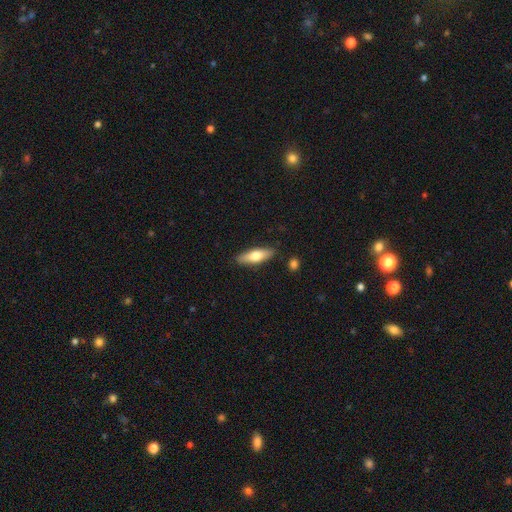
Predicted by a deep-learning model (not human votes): A smooth galaxy with no disk features (65%) that is cigar-shaped (50%).

Vote fractions:
- Smooth or featured? smooth: 65% / featured or disk: 29% / star or artifact: 6%
- How rounded? cigar-shaped: 50% / in between: 48% / round: 2%
- Merging? none: 87% / minor disturbance: 9% / merger: 2% / major disturbance: 2%